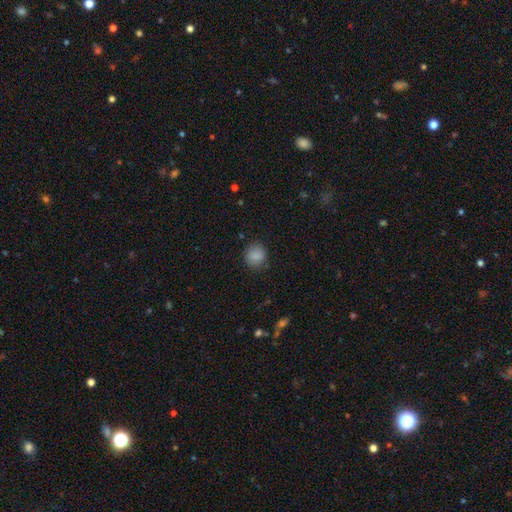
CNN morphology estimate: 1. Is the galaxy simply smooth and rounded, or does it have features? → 87% smooth, 9% star or artifact, 4% featured or disk.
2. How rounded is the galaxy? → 84% round, 15% in between, 1% cigar-shaped.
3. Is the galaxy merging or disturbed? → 85% none, 11% minor disturbance, 3% major disturbance, 1% merger.